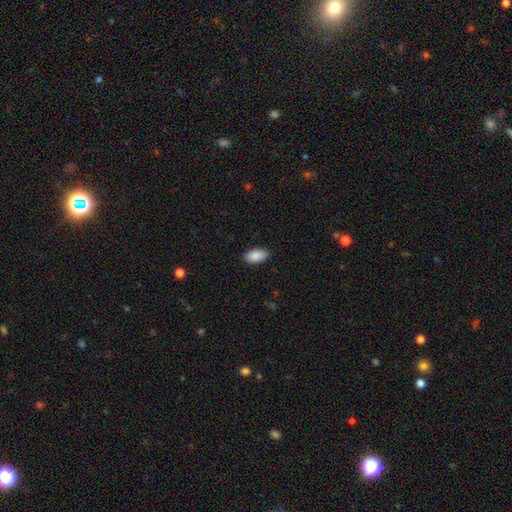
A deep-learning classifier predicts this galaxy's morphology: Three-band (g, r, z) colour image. It shows a smooth galaxy with no disk features (90%) that is in between round and cigar-shaped (95%). Merging: none (88%).